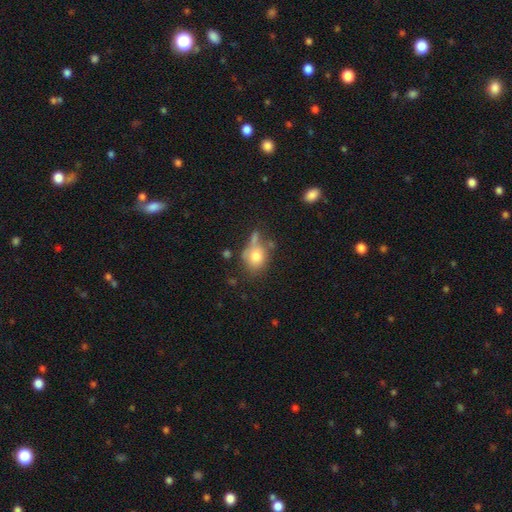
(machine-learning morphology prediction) type=smooth (74%); roundness=round (55%); merging=none (44%).